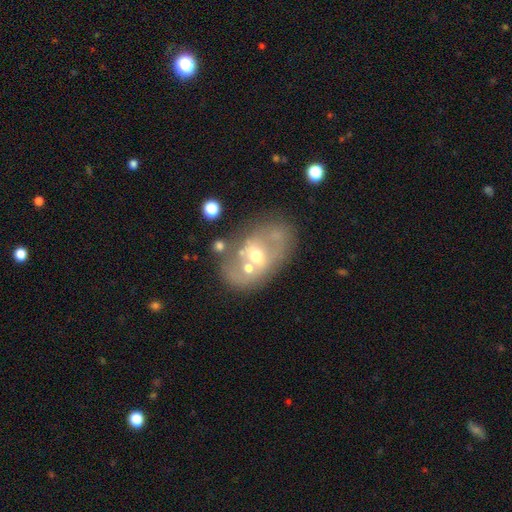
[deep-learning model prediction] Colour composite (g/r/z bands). It shows a featured or disk galaxy (58%) with no bar (58%), no spiral arms (72%) and a moderate central bulge (67%). Merging: none (50%).